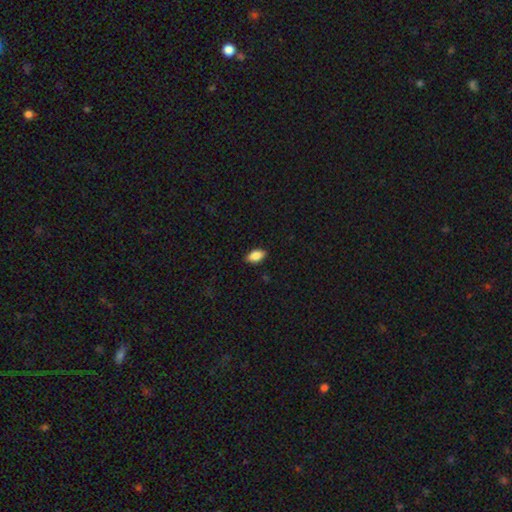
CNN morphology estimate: type=smooth (87%); roundness=in between (92%); merging=none (87%).